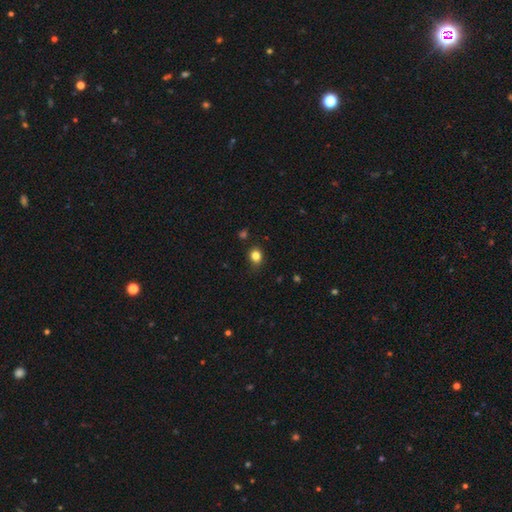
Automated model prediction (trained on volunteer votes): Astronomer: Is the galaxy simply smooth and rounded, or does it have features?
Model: smooth — 82%.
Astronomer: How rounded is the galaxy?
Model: round — 64%.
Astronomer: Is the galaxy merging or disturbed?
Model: none — 78%.